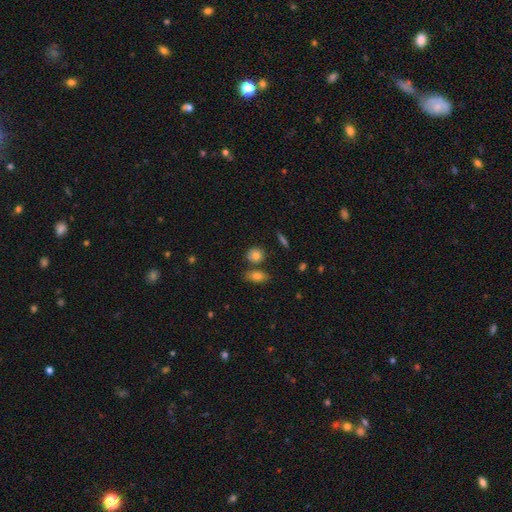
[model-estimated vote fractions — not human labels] Smooth or featured? Predicted: smooth (p=0.78). How rounded? Predicted: round (p=0.66). Merging? Predicted: none (p=0.69).